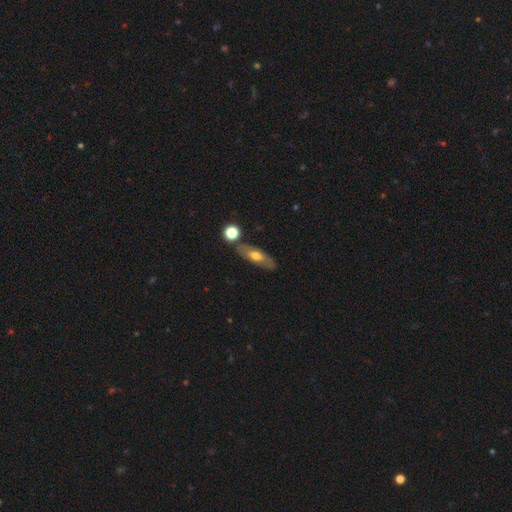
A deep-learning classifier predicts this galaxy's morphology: Smooth or featured? Predicted: smooth (p=0.51). How rounded? Predicted: in between (p=0.59). Merging? Predicted: none (p=0.77).